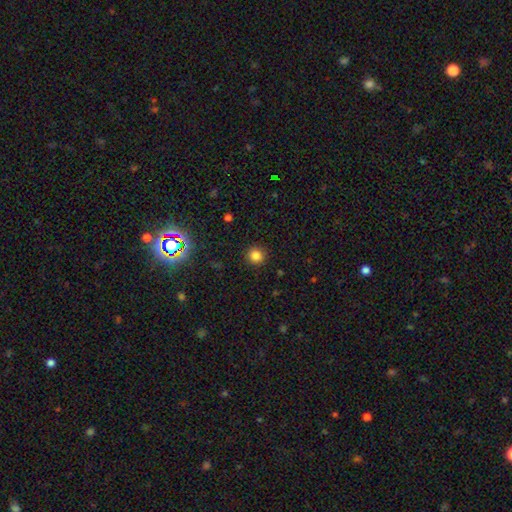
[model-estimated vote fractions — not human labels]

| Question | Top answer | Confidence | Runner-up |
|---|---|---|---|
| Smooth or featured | smooth | 82% | star or artifact (14%) |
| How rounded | round | 91% | in between (8%) |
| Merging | none | 91% | minor disturbance (6%) |